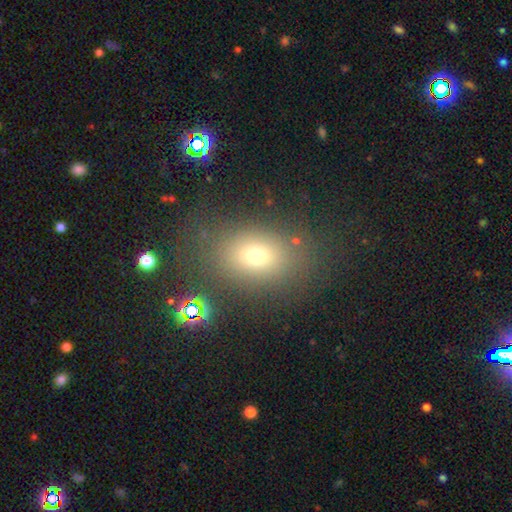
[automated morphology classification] Smooth or featured: smooth — 67% (star or artifact — 20%)
How rounded: in between — 65% (round — 33%)
Merging: none — 76% (minor disturbance — 12%)